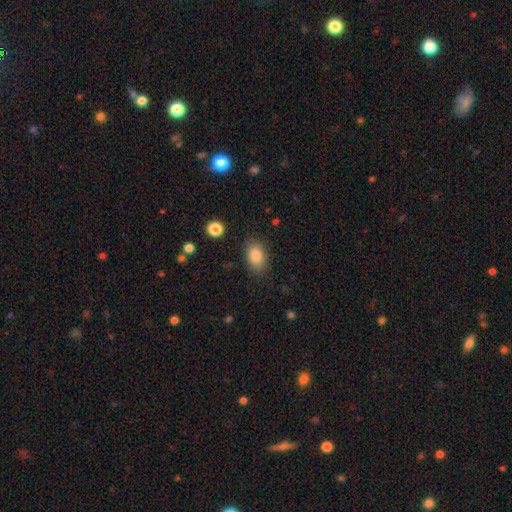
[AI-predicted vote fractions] The model was most divided on "merging": none: 83%, minor disturbance: 12%, major disturbance: 4%, merger: 1%. More confident: how rounded — in between (88%); smooth or featured — smooth (86%).